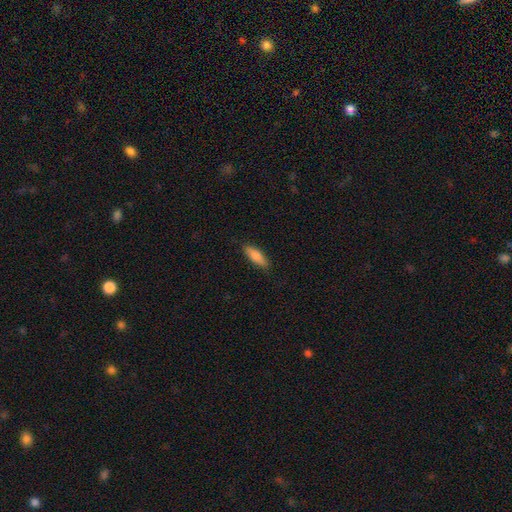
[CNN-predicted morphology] Smooth or featured?
  - smooth: 80% *
  - featured or disk: 14%
  - star or artifact: 6%
How rounded?
  - in between: 53% *
  - cigar-shaped: 45%
  - round: 2%
Merging?
  - none: 86% *
  - minor disturbance: 10%
  - major disturbance: 2%
  - merger: 1%